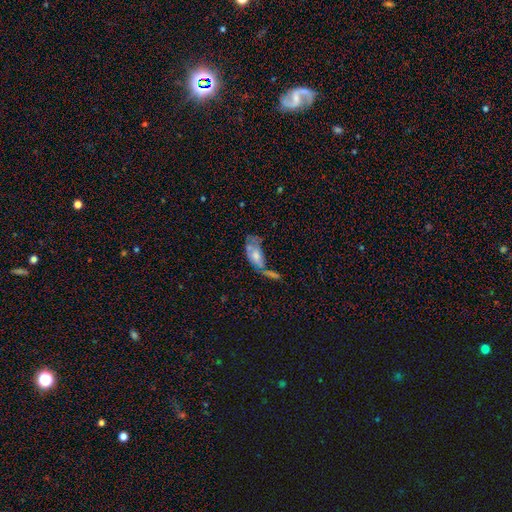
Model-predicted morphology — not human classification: smooth-or-featured: smooth: 54% | featured or disk: 38% | star or artifact: 8%
  how-rounded: in between: 88% | cigar-shaped: 8% | round: 4%
  merging: merger: 37% | major disturbance: 26% | none: 20% | minor disturbance: 18%